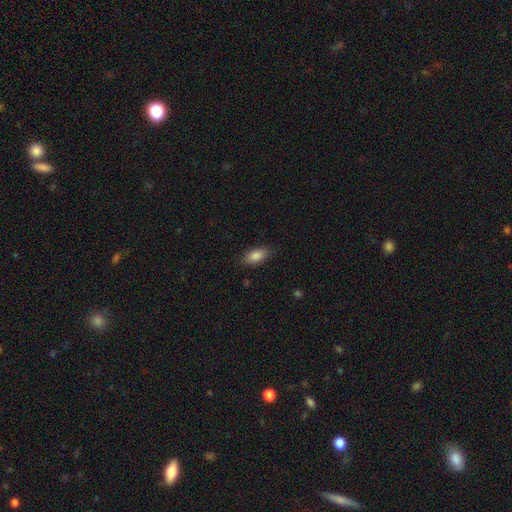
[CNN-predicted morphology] smooth 85%, featured or disk 8%, star or artifact 7%. Down the decision tree: how rounded — in between (88%); merging — none (84%).